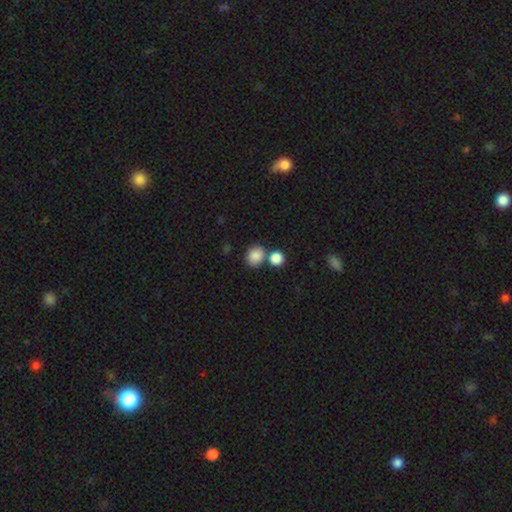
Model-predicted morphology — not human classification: Smooth or featured: smooth — 86% (star or artifact — 9%)
How rounded: round — 69% (in between — 30%)
Merging: none — 61% (merger — 25%)